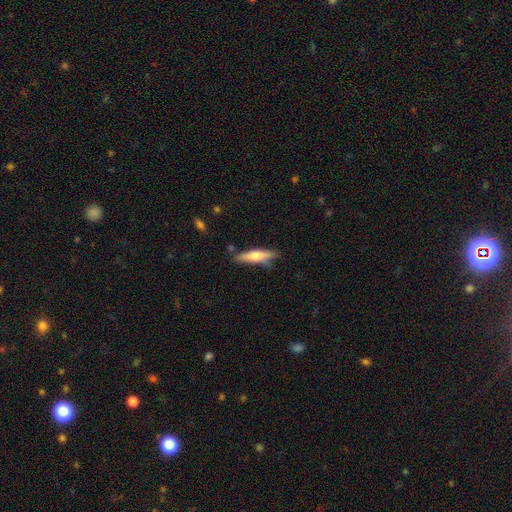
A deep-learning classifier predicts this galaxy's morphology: smooth_or_featured: smooth (p=0.55) [alt: featured or disk p=0.39]
how_rounded: cigar-shaped (p=0.78) [alt: in between p=0.20]
merging: none (p=0.74) [alt: minor disturbance p=0.18]